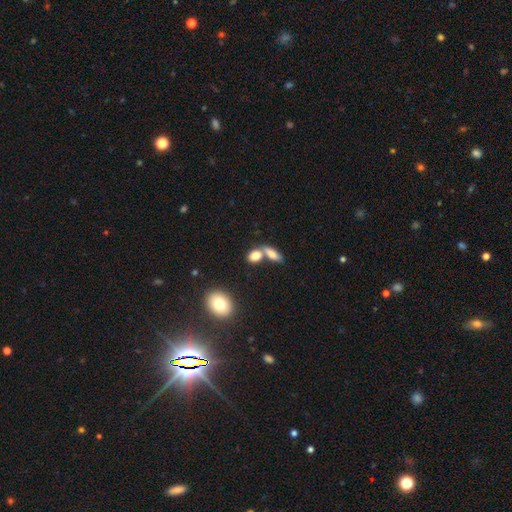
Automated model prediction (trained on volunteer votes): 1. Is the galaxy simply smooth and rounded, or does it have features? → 81% smooth, 11% featured or disk, 9% star or artifact.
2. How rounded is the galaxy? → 71% in between, 21% round, 8% cigar-shaped.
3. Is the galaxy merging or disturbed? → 45% none, 41% merger, 10% minor disturbance, 4% major disturbance.